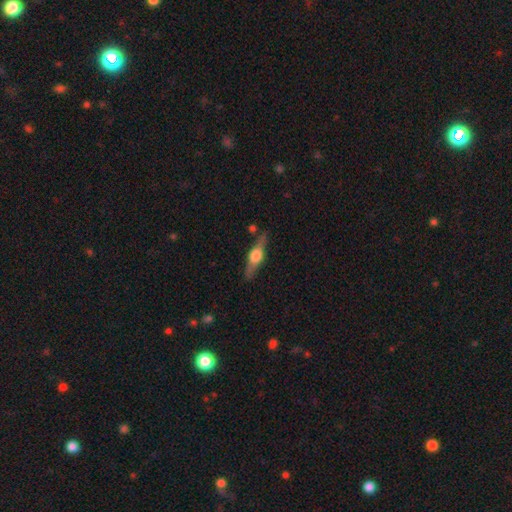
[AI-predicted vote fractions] This is likely a featured or disk galaxy (68%). It is clearly viewed edge-on (95%). Edge-on bulge: clearly rounded (93%). Merging: clearly none (82%).